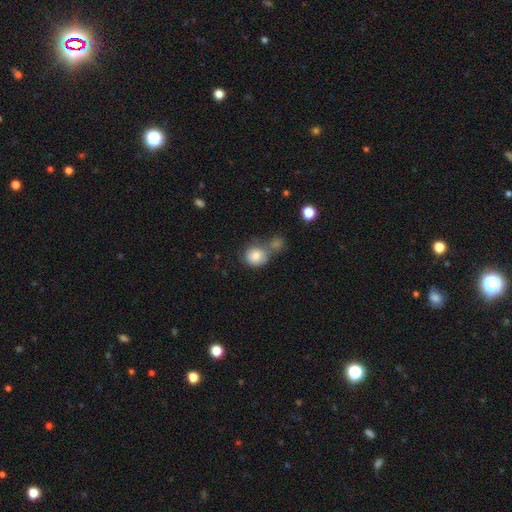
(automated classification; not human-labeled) smooth_or_featured: smooth (p=0.81) [alt: featured or disk p=0.11]
how_rounded: round (p=0.79) [alt: in between p=0.20]
merging: merger (p=0.42) [alt: none p=0.33]